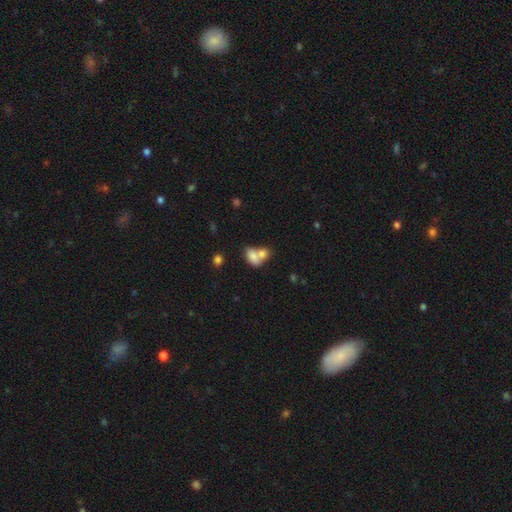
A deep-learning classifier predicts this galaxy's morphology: The model was most divided on "merging": merger: 66%, none: 22%, minor disturbance: 8%, major disturbance: 4%. More confident: how rounded — in between (79%); smooth or featured — smooth (77%).